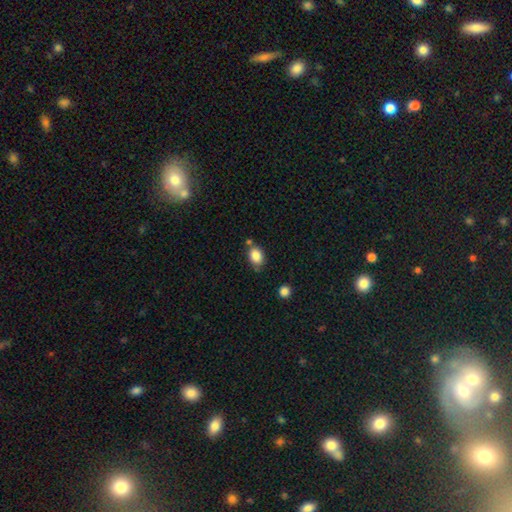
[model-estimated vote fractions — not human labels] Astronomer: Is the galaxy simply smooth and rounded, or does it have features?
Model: smooth — 85%.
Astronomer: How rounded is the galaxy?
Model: in between — 71%.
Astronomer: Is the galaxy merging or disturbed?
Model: none — 64%.